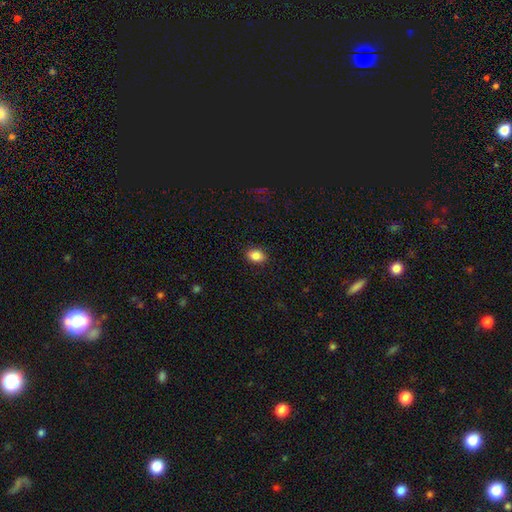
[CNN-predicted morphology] This is clearly a smooth galaxy (87%). How rounded: likely in between (75%). Merging: clearly none (88%).